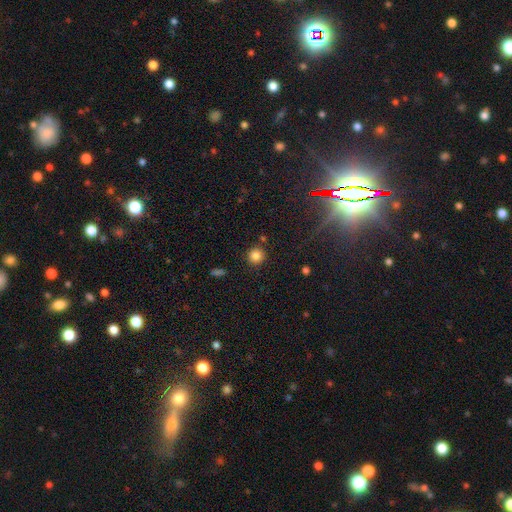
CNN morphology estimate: This is clearly a smooth galaxy (84%). How rounded: clearly round (92%). Merging: clearly none (87%).